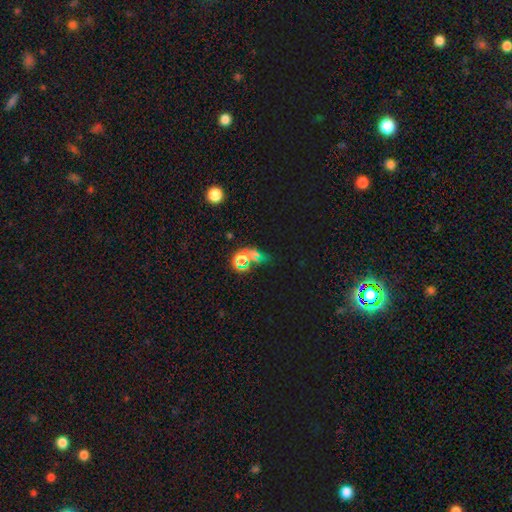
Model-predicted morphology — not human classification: Smooth or featured?
  - star or artifact: 57% *
  - smooth: 31%
  - featured or disk: 12%